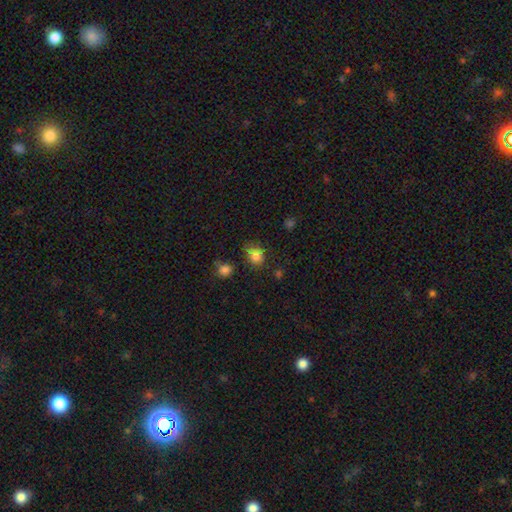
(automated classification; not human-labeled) Smooth or featured? Predicted: smooth (p=0.78). How rounded? Predicted: round (p=0.51). Merging? Predicted: none (p=0.52).